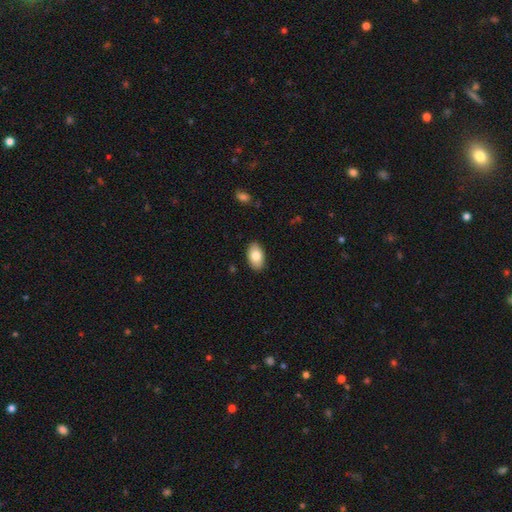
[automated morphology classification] smooth-or-featured: smooth: 80% | featured or disk: 13% | star or artifact: 7%
  how-rounded: in between: 93% | round: 6% | cigar-shaped: 1%
  merging: none: 88% | minor disturbance: 9% | major disturbance: 2% | merger: 1%